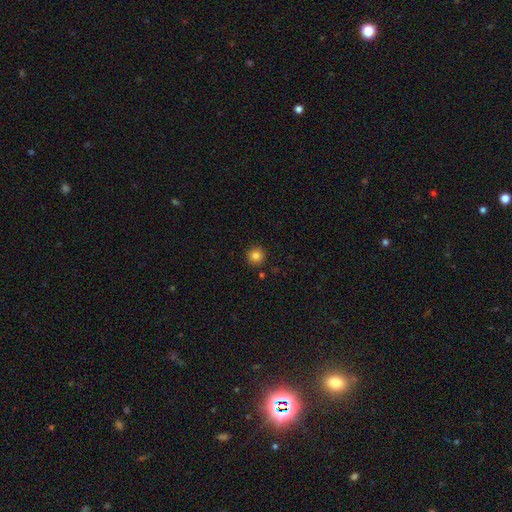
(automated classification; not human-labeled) Smooth or featured? Predicted: smooth (p=0.83). How rounded? Predicted: round (p=0.95). Merging? Predicted: none (p=0.90).